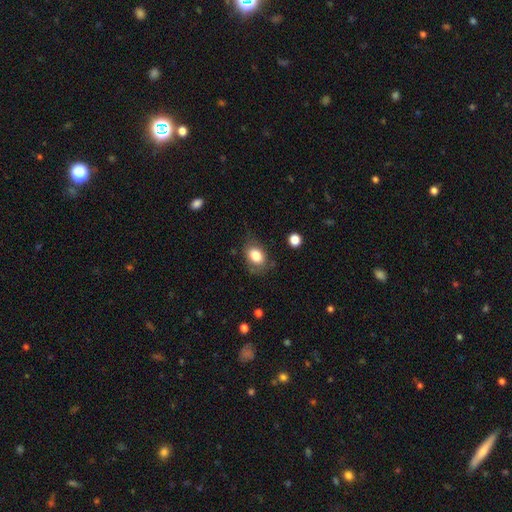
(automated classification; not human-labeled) Smooth or featured? Predicted: smooth (p=0.82). How rounded? Predicted: in between (p=0.70). Merging? Predicted: none (p=0.70).